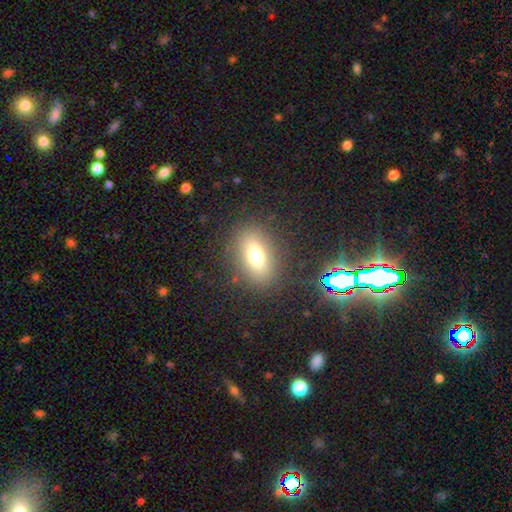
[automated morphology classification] Smooth or featured?
  - smooth: 71% *
  - featured or disk: 15%
  - star or artifact: 14%
How rounded?
  - in between: 78% *
  - round: 17%
  - cigar-shaped: 5%
Merging?
  - none: 83% *
  - minor disturbance: 10%
  - major disturbance: 5%
  - merger: 2%